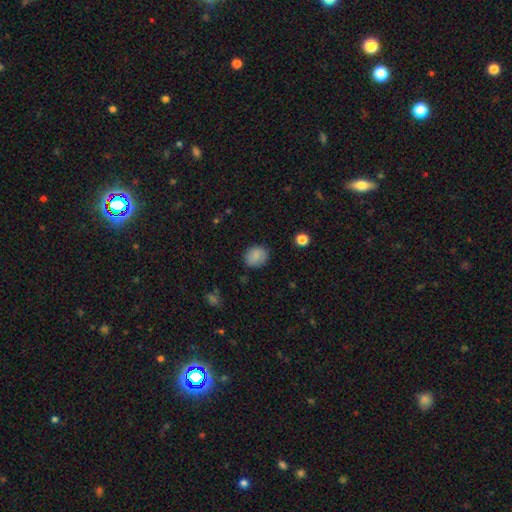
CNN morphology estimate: Smooth or featured? Predicted: smooth (p=0.81). How rounded? Predicted: round (p=0.63). Merging? Predicted: none (p=0.82).